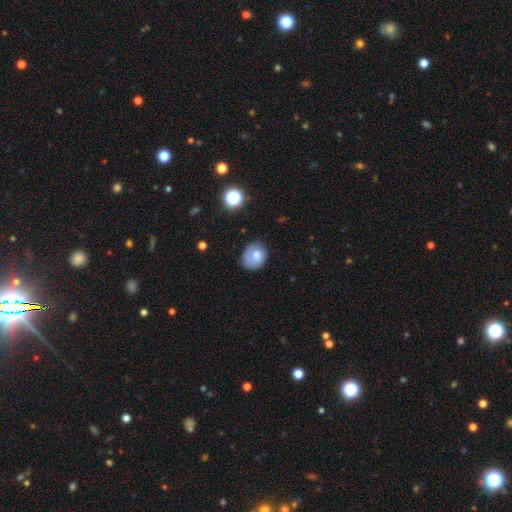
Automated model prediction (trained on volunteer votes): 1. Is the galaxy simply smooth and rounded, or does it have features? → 58% smooth, 33% featured or disk, 9% star or artifact.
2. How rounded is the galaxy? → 58% round, 41% in between, 1% cigar-shaped.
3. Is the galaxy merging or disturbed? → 63% none, 24% minor disturbance, 11% major disturbance, 2% merger.